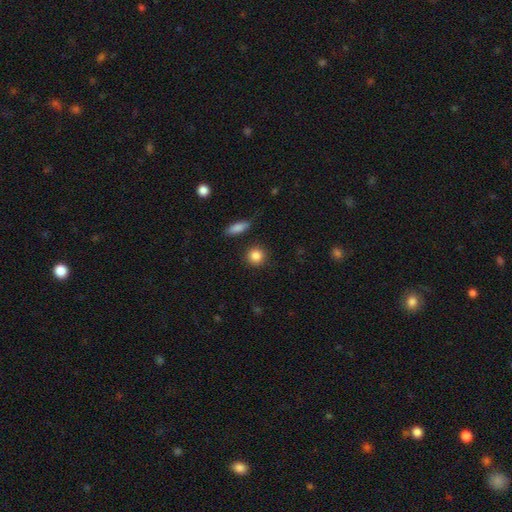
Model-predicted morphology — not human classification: This is clearly a smooth galaxy (86%). How rounded: clearly round (89%). Merging: clearly none (88%).